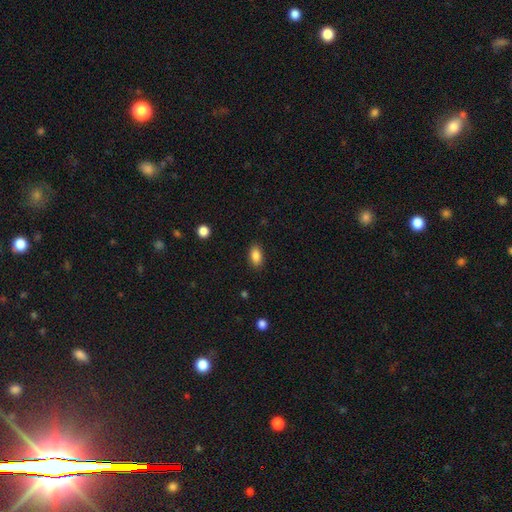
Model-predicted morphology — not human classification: Q: Smooth or featured?
A: smooth (87%); runner-up: star or artifact (8%)
Q: How rounded?
A: in between (90%); runner-up: round (6%)
Q: Merging?
A: none (87%); runner-up: minor disturbance (9%)